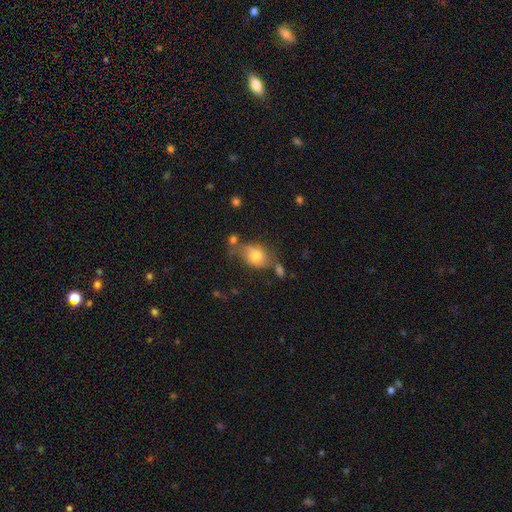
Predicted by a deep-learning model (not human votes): smooth_or_featured: smooth (p=0.72) [alt: featured or disk p=0.20]
how_rounded: in between (p=0.74) [alt: round p=0.24]
merging: none (p=0.53) [alt: minor disturbance p=0.24]